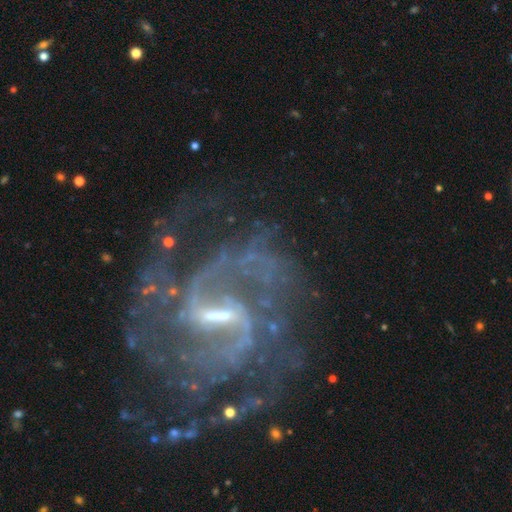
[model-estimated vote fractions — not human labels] Smooth or featured? featured or disk (91%)
Edge-on disk? no (98%)
Bar? strong (50%)
Spiral arms? yes (97%)
Spiral winding? medium (49%)
Spiral arm count? 2 (81%)
Bulge size? small (60%)
Merging? none (57%)